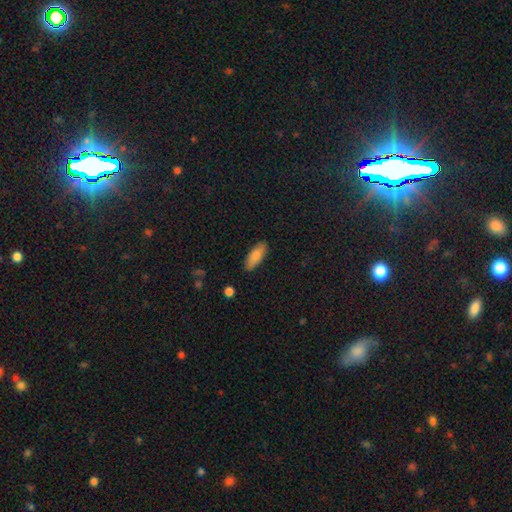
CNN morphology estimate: Smooth or featured: smooth — 82% (featured or disk — 12%)
How rounded: in between — 75% (cigar-shaped — 23%)
Merging: none — 87% (minor disturbance — 10%)